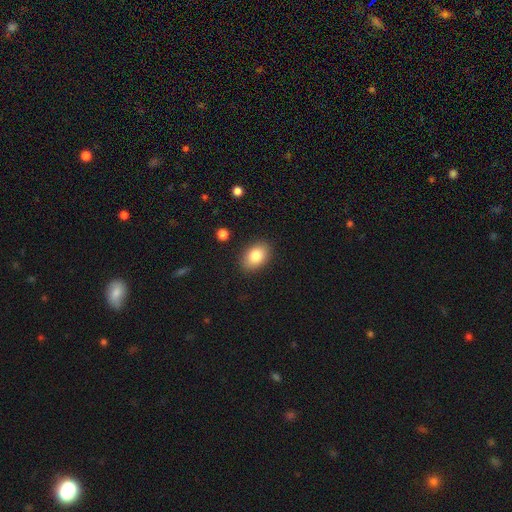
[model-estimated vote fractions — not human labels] This is clearly a smooth galaxy (84%). How rounded: clearly in between (85%). Merging: clearly none (86%).